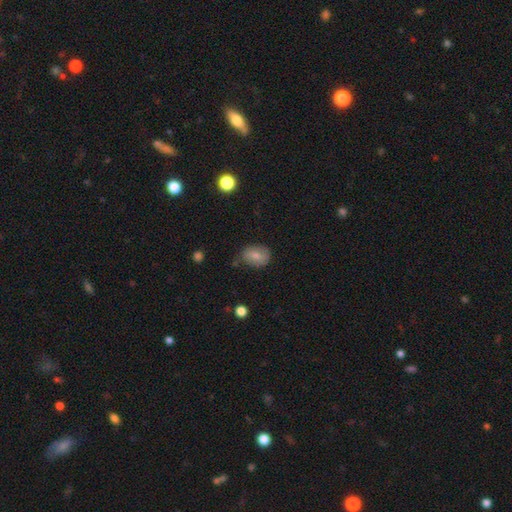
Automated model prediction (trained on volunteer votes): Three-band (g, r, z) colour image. It shows a smooth galaxy with no disk features (75%) that is in between round and cigar-shaped (69%). Merging: none (70%).